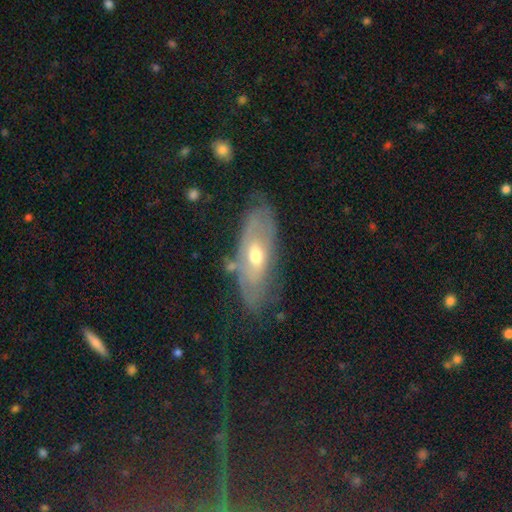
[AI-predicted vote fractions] This is likely a featured or disk galaxy (66%). It is likely not viewed edge-on (77%). Bar: likely no (72%). Spiral arm pattern: possibly yes (57%). Central bulge: likely moderate (68%). Merging: likely none (65%).